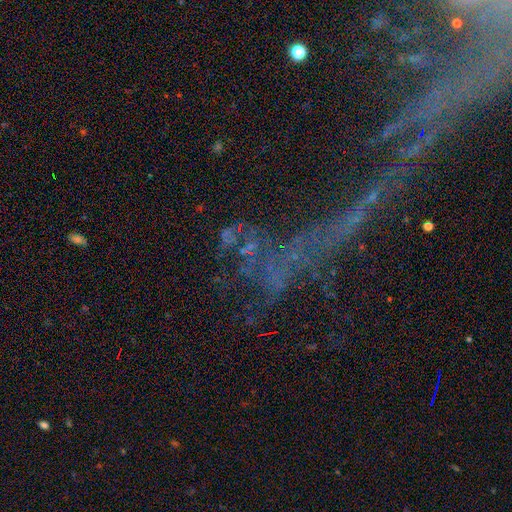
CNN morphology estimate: smooth-or-featured: star or artifact: 63% | featured or disk: 23% | smooth: 13%